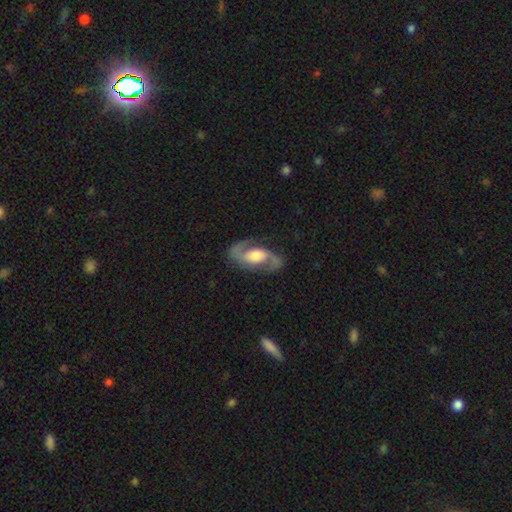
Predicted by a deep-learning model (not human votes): Smooth or featured? Predicted: featured or disk (p=0.89). Edge-on disk? Predicted: no (p=0.96). Bar? Predicted: no (p=0.46). Spiral arms? Predicted: yes (p=0.97). Spiral winding? Predicted: medium (p=0.55). Spiral arm count? Predicted: 2 (p=0.94). Bulge size? Predicted: moderate (p=0.51). Merging? Predicted: none (p=0.82).